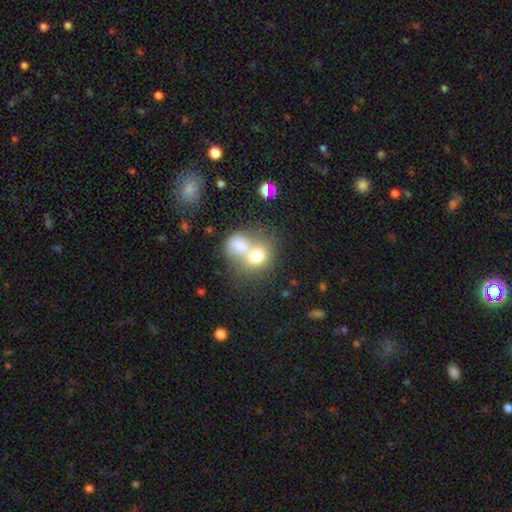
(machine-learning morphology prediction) Q: Smooth or featured?
A: smooth (71%); runner-up: featured or disk (19%)
Q: How rounded?
A: round (53%); runner-up: in between (46%)
Q: Merging?
A: merger (65%); runner-up: none (21%)